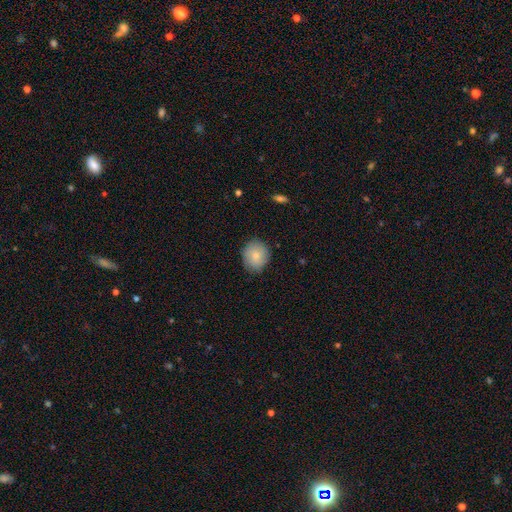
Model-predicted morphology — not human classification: smooth_or_featured: smooth (p=0.81) [alt: featured or disk p=0.12]
how_rounded: round (p=0.74) [alt: in between p=0.25]
merging: none (p=0.80) [alt: minor disturbance p=0.16]